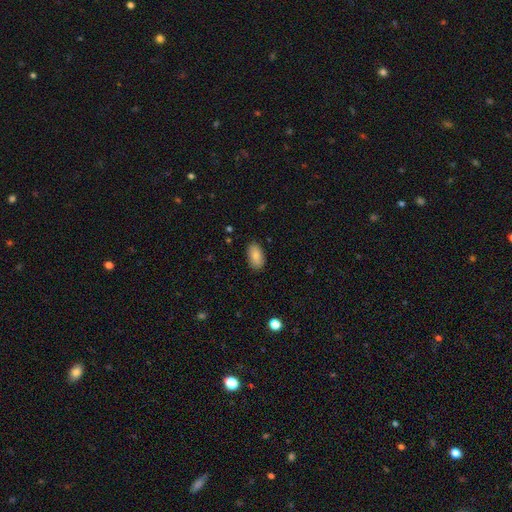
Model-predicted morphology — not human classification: Smooth or featured?
  - smooth: 83% *
  - featured or disk: 10%
  - star or artifact: 7%
How rounded?
  - in between: 93% *
  - round: 4%
  - cigar-shaped: 3%
Merging?
  - none: 85% *
  - minor disturbance: 11%
  - major disturbance: 2%
  - merger: 1%